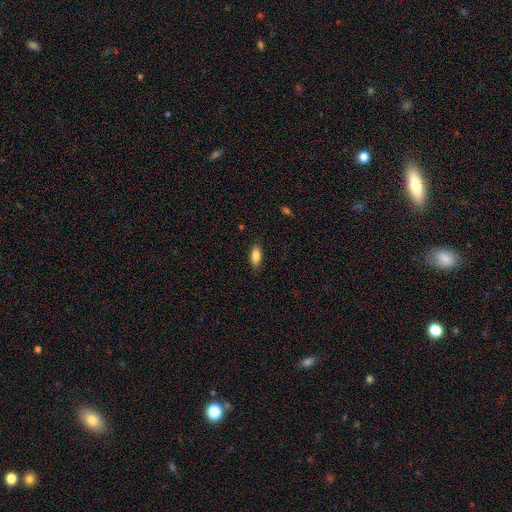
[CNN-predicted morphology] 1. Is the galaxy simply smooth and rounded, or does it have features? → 85% smooth, 8% featured or disk, 7% star or artifact.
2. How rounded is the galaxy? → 84% in between, 14% cigar-shaped, 2% round.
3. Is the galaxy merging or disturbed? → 87% none, 10% minor disturbance, 2% major disturbance, 1% merger.